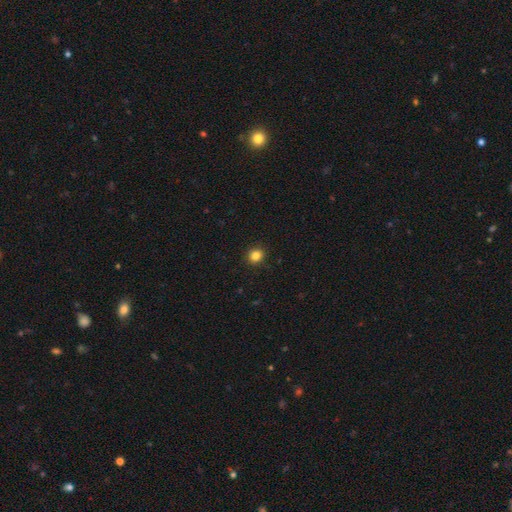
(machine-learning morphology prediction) Overall: smooth (84%). How rounded: round (87%). Merging: none (92%).